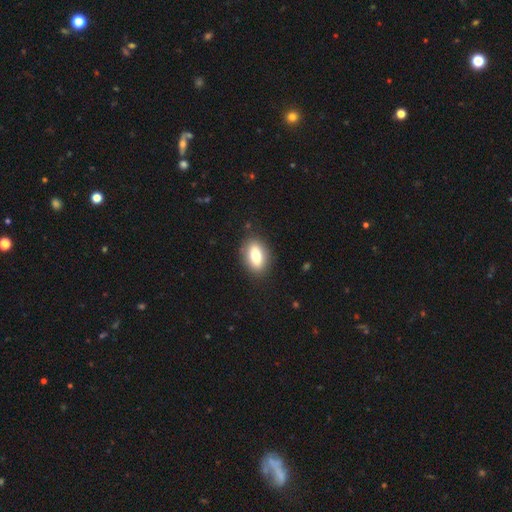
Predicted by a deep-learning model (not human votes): Smooth or featured? Predicted: smooth (p=0.73). How rounded? Predicted: in between (p=0.84). Merging? Predicted: none (p=0.87).